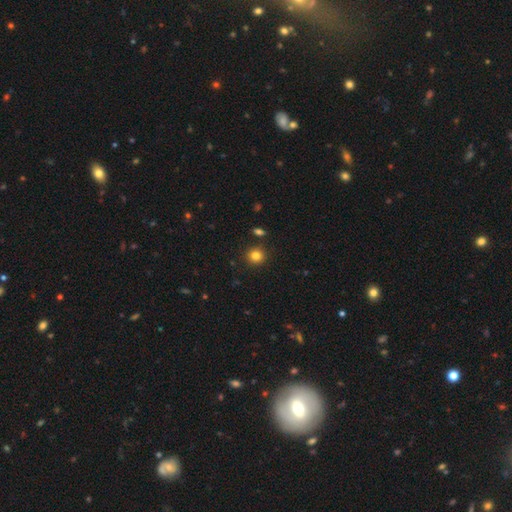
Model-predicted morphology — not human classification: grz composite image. It shows a smooth galaxy with no disk features (82%) that is round (89%). Merging: none (88%).